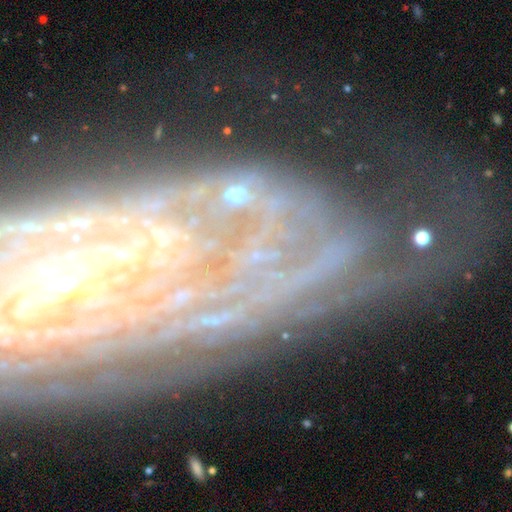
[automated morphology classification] Smooth or featured? star or artifact (44%)